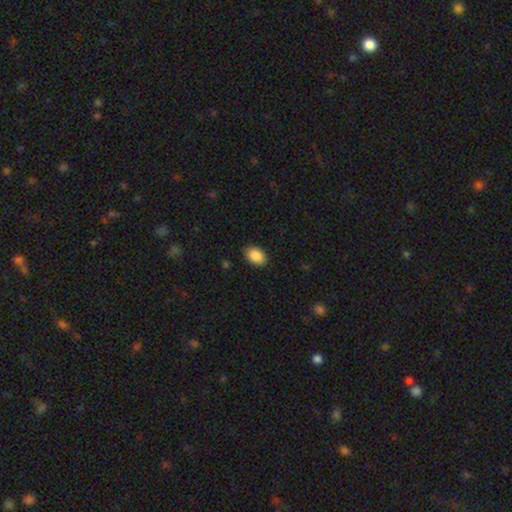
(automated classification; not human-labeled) The model was most divided on "how rounded": in between: 84%, round: 15%, cigar-shaped: 1%. More confident: smooth or featured — smooth (89%); merging — none (88%).